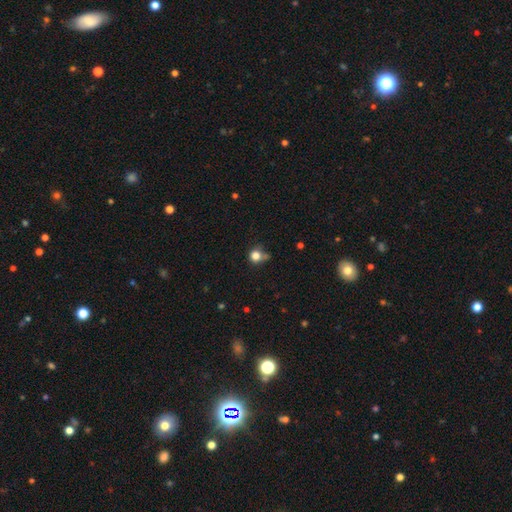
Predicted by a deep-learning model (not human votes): Smooth or featured? smooth (80%)
How rounded? round (86%)
Merging? none (54%)